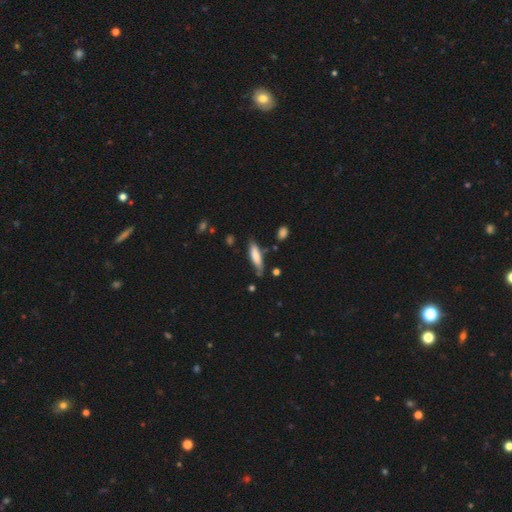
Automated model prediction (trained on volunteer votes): Overall: smooth (71%). How rounded: cigar-shaped (67%; in between 32%). Merging: none (68%).